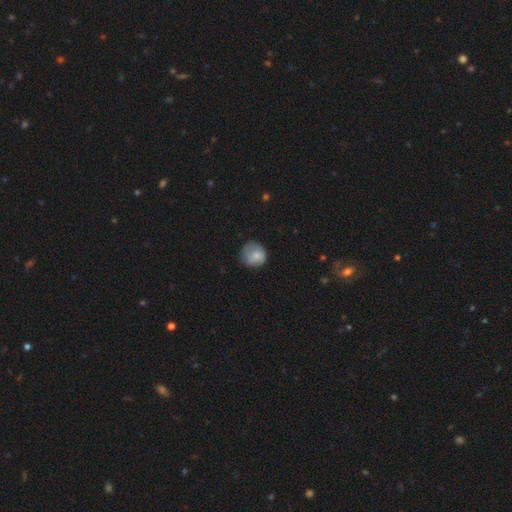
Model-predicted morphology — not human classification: A smooth galaxy with no disk features (76%) that is round (85%). Merging: none (65%).